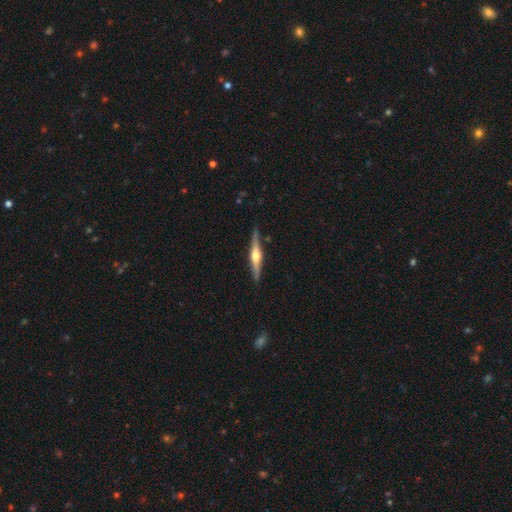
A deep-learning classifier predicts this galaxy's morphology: featured or disk 76%, smooth 20%, star or artifact 5%. Down the decision tree: edge-on disk — yes (98%); edge-on bulge — rounded (91%); merging — none (88%).